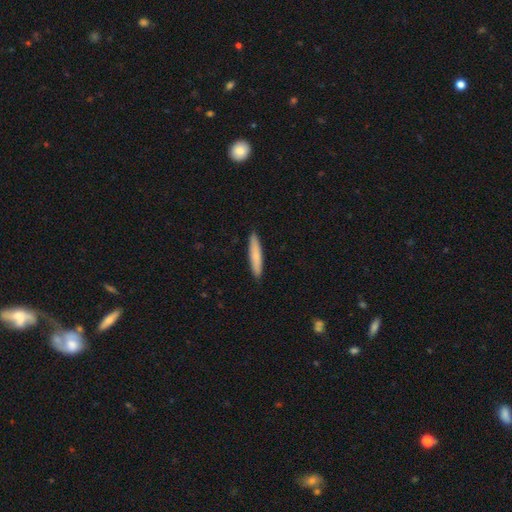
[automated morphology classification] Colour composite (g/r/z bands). It shows a smooth galaxy with no disk features (77%) that is cigar-shaped (90%). Merging: none (91%).